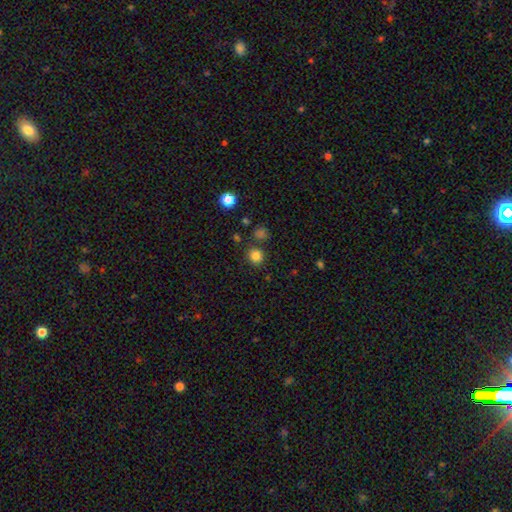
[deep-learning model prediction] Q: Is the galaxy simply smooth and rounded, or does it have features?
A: smooth — 82%.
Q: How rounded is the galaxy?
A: round — 90%.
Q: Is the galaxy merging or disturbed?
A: none — 85%.